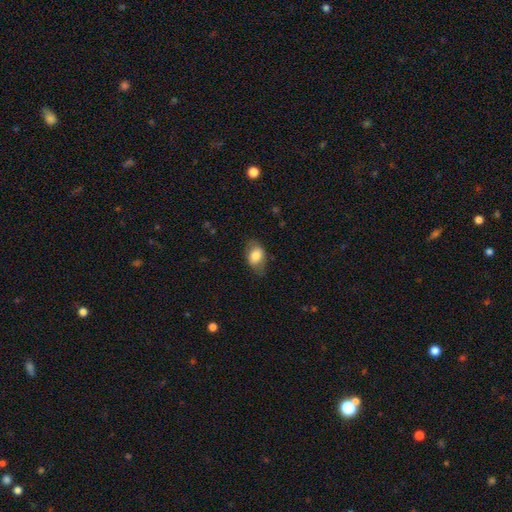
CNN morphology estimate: smooth-or-featured: smooth: 74% | featured or disk: 18% | star or artifact: 7%
  how-rounded: in between: 82% | round: 17% | cigar-shaped: 1%
  merging: none: 68% | minor disturbance: 22% | major disturbance: 9% | merger: 1%